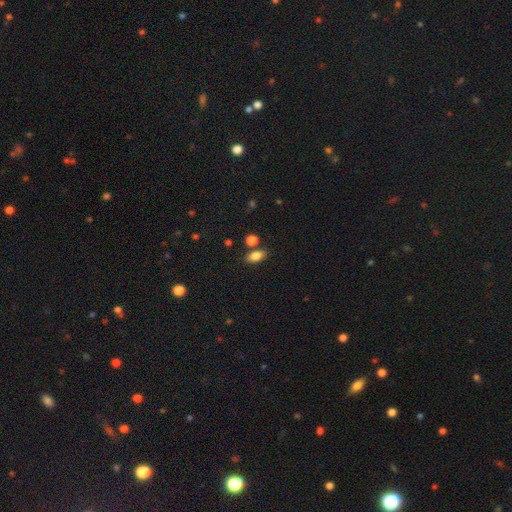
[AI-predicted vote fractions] Smooth or featured? Predicted: smooth (p=0.84). How rounded? Predicted: in between (p=0.87). Merging? Predicted: none (p=0.75).